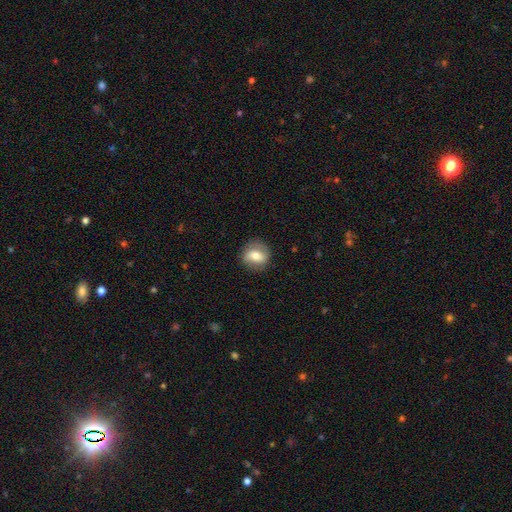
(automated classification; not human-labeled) A smooth galaxy with no disk features (52%) that is round (69%). Merging: none (81%).